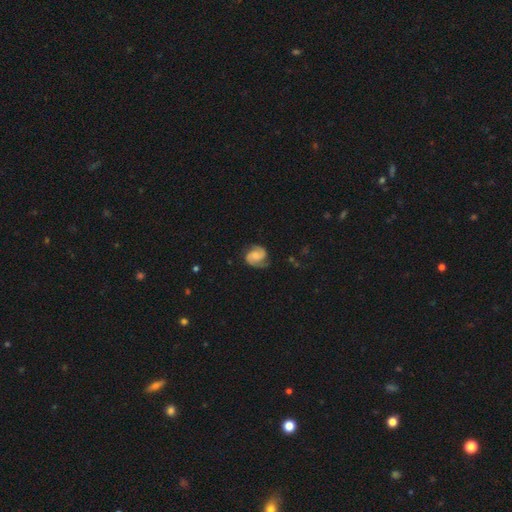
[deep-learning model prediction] featured or disk 82%, smooth 12%, star or artifact 6%. Down the decision tree: edge-on disk — no (98%); bar — no (55%); spiral arms — yes (97%); spiral arm count — 2 (91%); spiral winding — medium (50%); bulge size — none (33%); merging — none (77%).